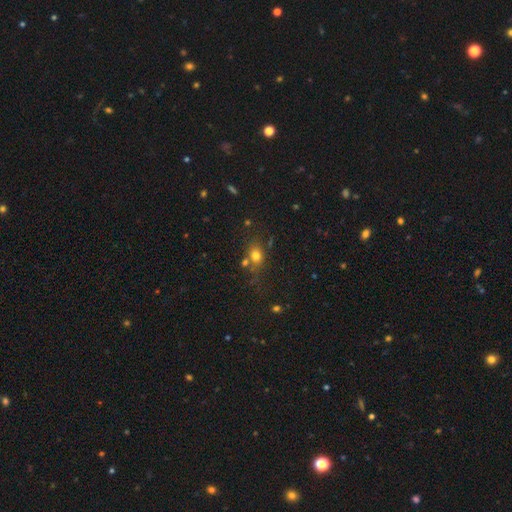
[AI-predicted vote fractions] Overall: smooth (73%). How rounded: round (50%; in between 48%). Merging: none (62%).